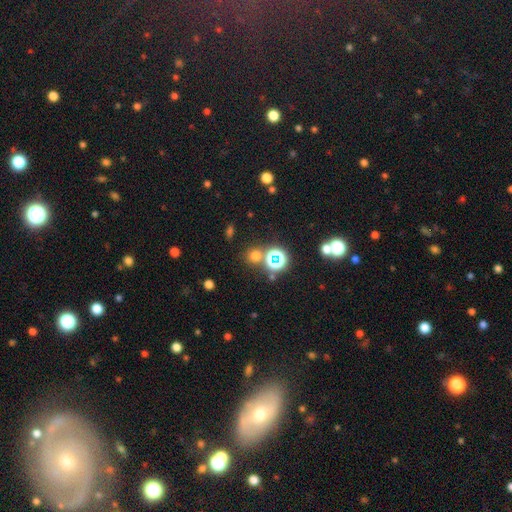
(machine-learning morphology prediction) The model was most divided on "smooth or featured": smooth: 59%, star or artifact: 34%, featured or disk: 7%. More confident: how rounded — round (88%); merging — none (75%).